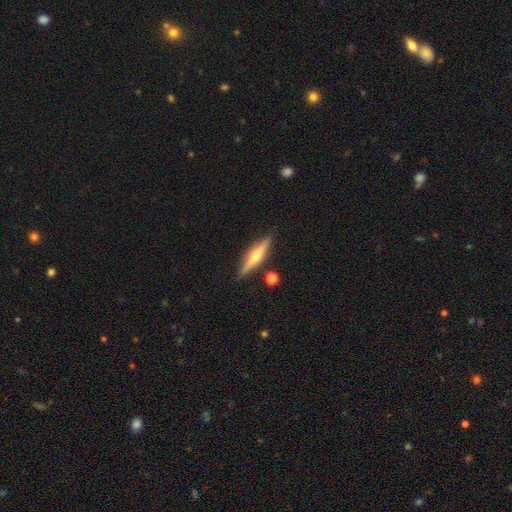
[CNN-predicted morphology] type=featured or disk (67%); edge-on=yes (96%); edge-on bulge=rounded (89%); merging=none (86%).